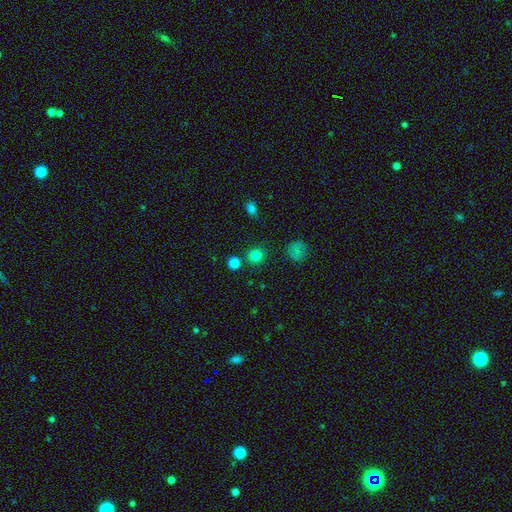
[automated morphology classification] This appears to be a smooth galaxy with no disk features (81%) that is round (92%). Merging: none (84%).